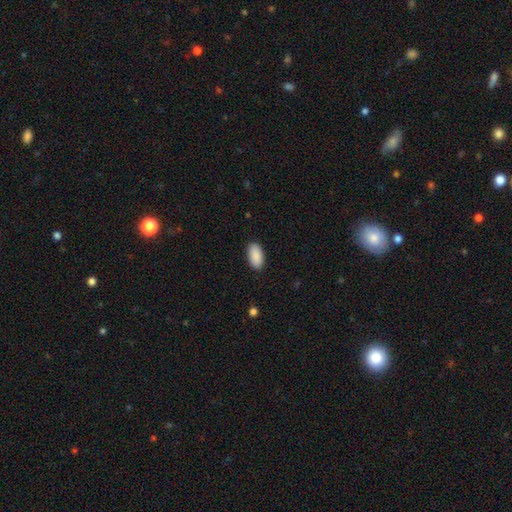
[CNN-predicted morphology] Smooth or featured? smooth (91%)
How rounded? in between (94%)
Merging? none (89%)